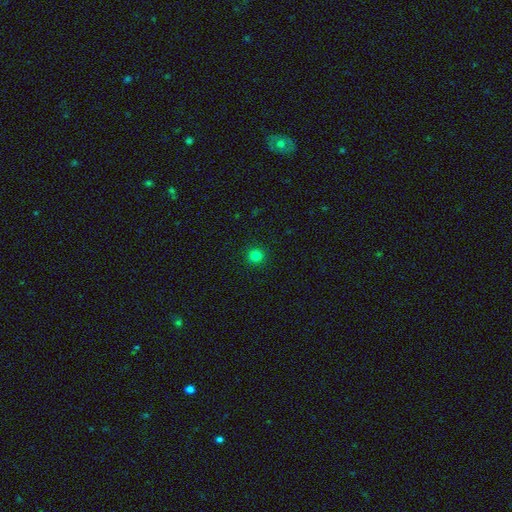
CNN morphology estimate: Smooth or featured? smooth (81%)
How rounded? round (94%)
Merging? none (93%)